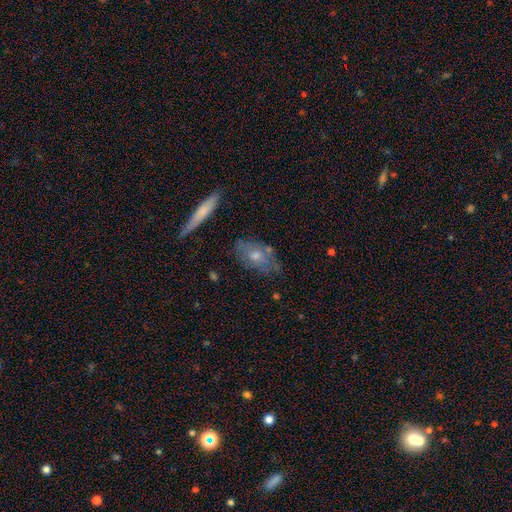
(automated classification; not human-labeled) The model was most divided on "smooth or featured": smooth: 48%, featured or disk: 43%, star or artifact: 9%. More confident: merging — none (65%).